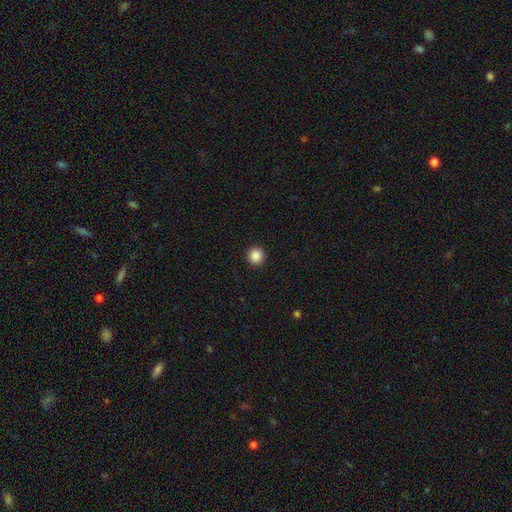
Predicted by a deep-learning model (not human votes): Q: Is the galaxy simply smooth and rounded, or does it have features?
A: smooth — 88%.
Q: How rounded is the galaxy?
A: round — 93%.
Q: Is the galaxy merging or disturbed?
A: none — 93%.